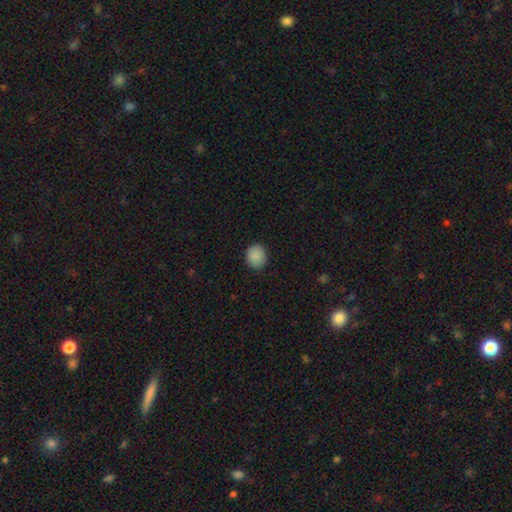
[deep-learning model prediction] smooth-or-featured: smooth: 88% | star or artifact: 8% | featured or disk: 3%
  how-rounded: round: 82% | in between: 17% | cigar-shaped: 1%
  merging: none: 89% | minor disturbance: 8% | major disturbance: 2% | merger: 1%